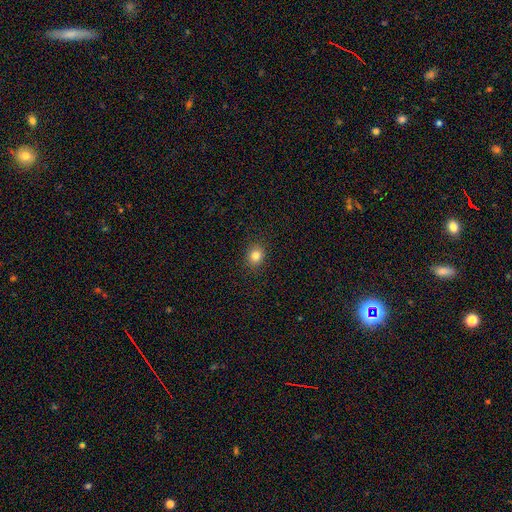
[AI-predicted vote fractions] A smooth galaxy with no disk features (82%) that is round (69%). Merging: none (90%).